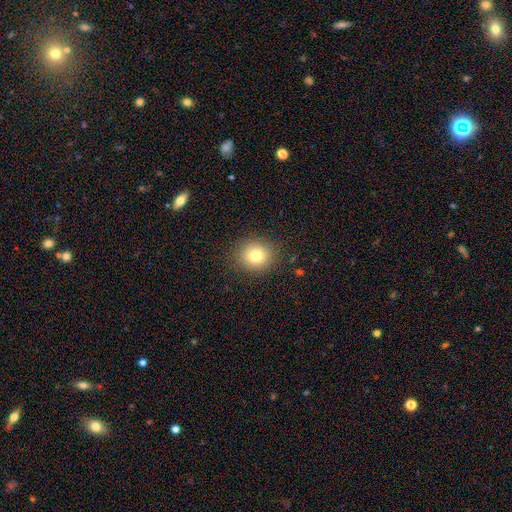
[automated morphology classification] Smooth or featured? smooth (80%)
How rounded? round (81%)
Merging? none (88%)